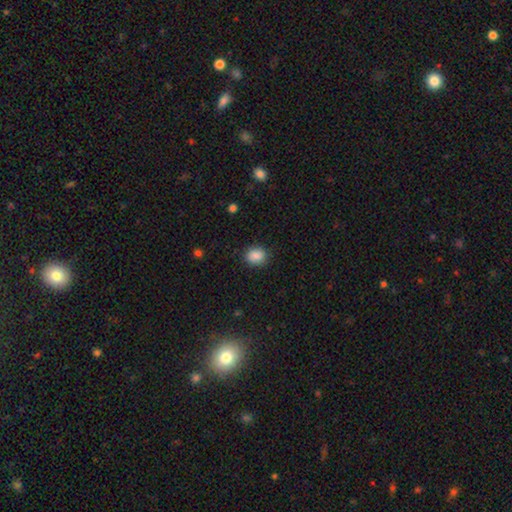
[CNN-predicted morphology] Q: Smooth or featured?
A: smooth (88%); runner-up: star or artifact (9%)
Q: How rounded?
A: round (54%); runner-up: in between (45%)
Q: Merging?
A: none (87%); runner-up: minor disturbance (10%)